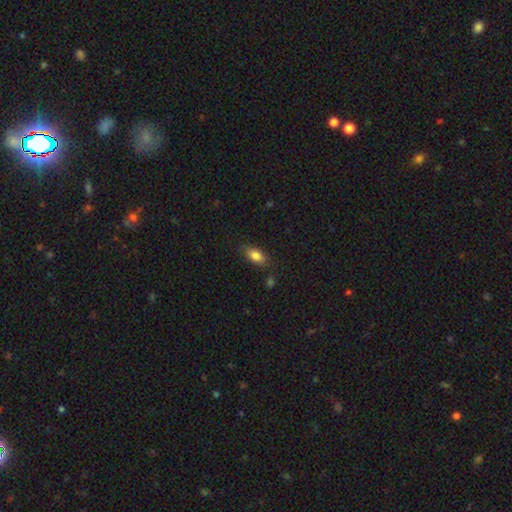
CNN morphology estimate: Smooth or featured?
  - smooth: 83% *
  - featured or disk: 9%
  - star or artifact: 8%
How rounded?
  - in between: 86% *
  - cigar-shaped: 8%
  - round: 6%
Merging?
  - none: 80% *
  - minor disturbance: 14%
  - major disturbance: 4%
  - merger: 2%